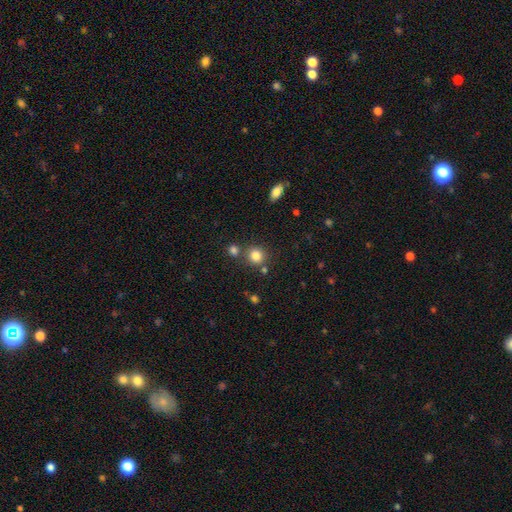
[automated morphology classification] smooth_or_featured: smooth (p=0.83) [alt: star or artifact p=0.12]
how_rounded: round (p=0.87) [alt: in between p=0.12]
merging: none (p=0.75) [alt: merger p=0.13]